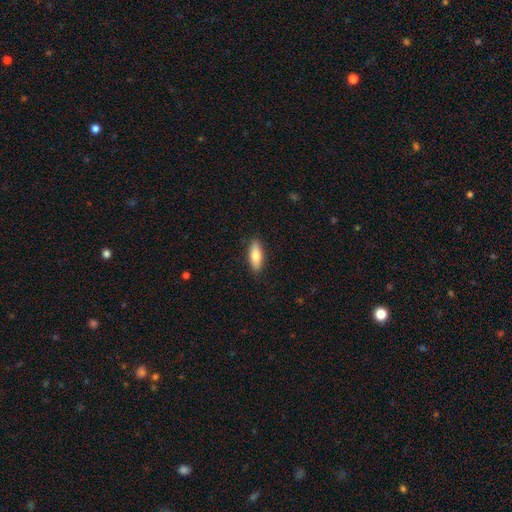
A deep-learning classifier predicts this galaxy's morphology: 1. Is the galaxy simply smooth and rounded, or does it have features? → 78% smooth, 16% featured or disk, 6% star or artifact.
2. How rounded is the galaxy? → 70% in between, 28% cigar-shaped, 2% round.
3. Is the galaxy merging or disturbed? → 88% none, 9% minor disturbance, 2% major disturbance, 1% merger.